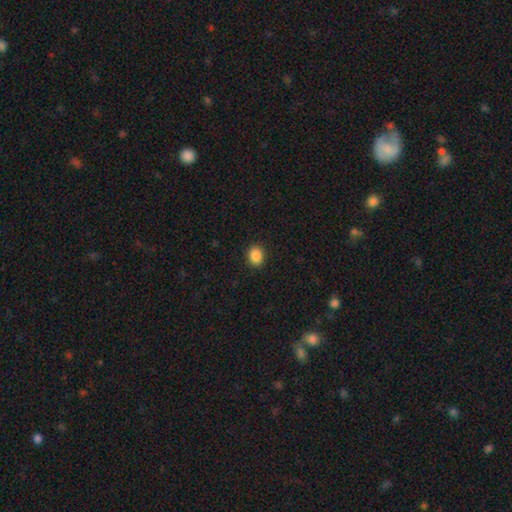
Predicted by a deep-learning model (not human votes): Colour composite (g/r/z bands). It shows a smooth galaxy with no disk features (88%) that is round (53%). Merging: none (91%).